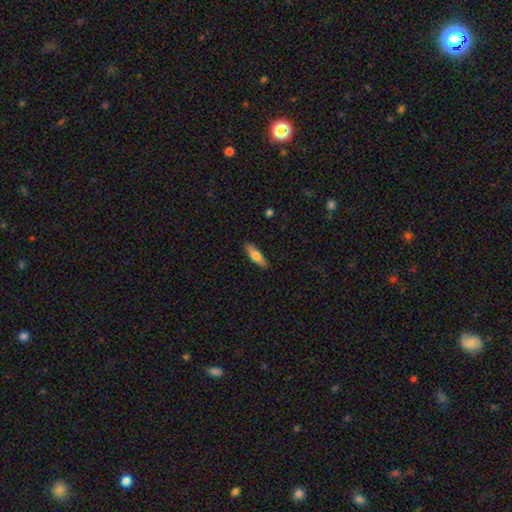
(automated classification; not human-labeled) Smooth or featured?
  - smooth: 68% *
  - featured or disk: 26%
  - star or artifact: 6%
How rounded?
  - cigar-shaped: 57% *
  - in between: 41%
  - round: 2%
Merging?
  - none: 88% *
  - minor disturbance: 9%
  - major disturbance: 2%
  - merger: 1%